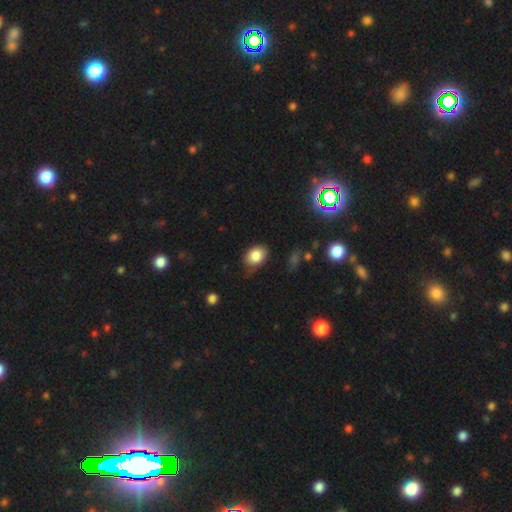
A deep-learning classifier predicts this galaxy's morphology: The model was most divided on "merging": none: 62%, minor disturbance: 30%, major disturbance: 7%, merger: 2%. More confident: smooth or featured — smooth (82%); how rounded — in between (67%).